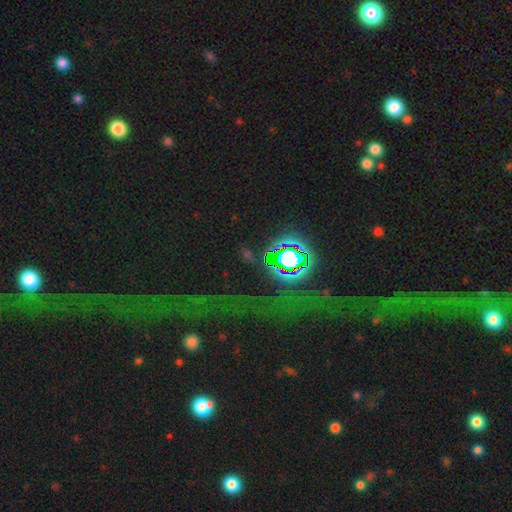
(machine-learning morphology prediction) type=star or artifact (78%).